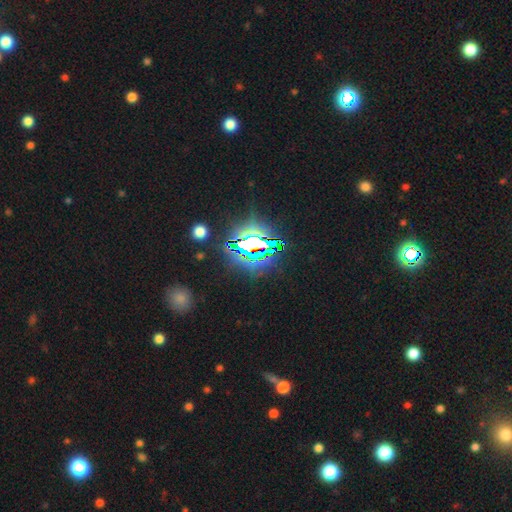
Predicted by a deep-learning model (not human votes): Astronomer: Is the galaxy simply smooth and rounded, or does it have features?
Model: star or artifact — 80%.